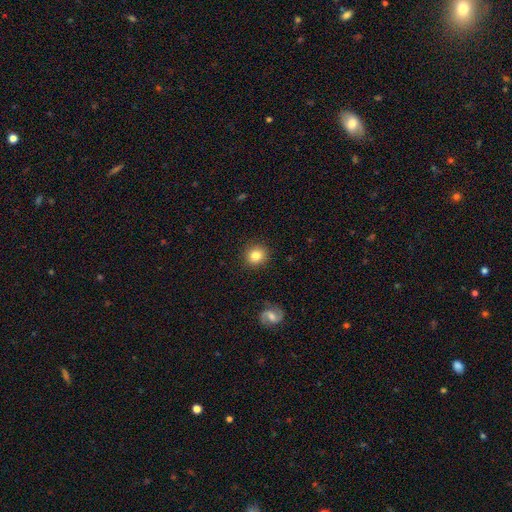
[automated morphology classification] Smooth or featured: smooth — 82% (featured or disk — 9%)
How rounded: round — 89% (in between — 10%)
Merging: none — 90% (minor disturbance — 7%)